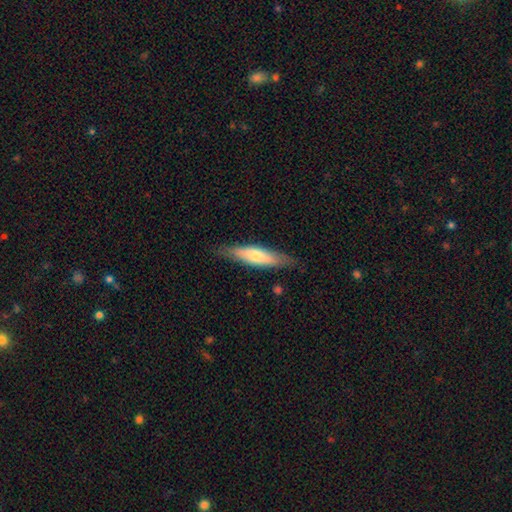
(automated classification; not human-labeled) Smooth or featured: smooth — 60% (featured or disk — 35%)
How rounded: cigar-shaped — 69% (in between — 29%)
Merging: none — 82% (minor disturbance — 14%)